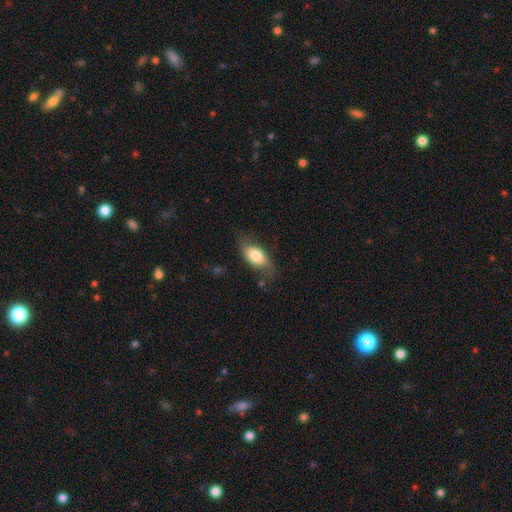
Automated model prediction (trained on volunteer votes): smooth-or-featured: smooth: 69% | featured or disk: 24% | star or artifact: 6%
  how-rounded: in between: 89% | round: 7% | cigar-shaped: 4%
  merging: none: 63% | minor disturbance: 25% | major disturbance: 10% | merger: 2%